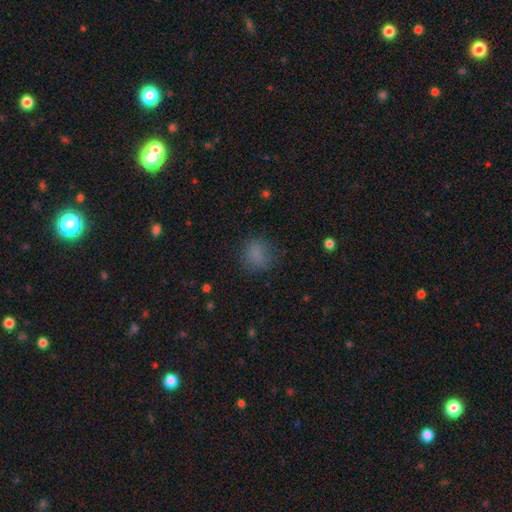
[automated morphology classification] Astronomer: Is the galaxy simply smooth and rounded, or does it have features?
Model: smooth — 77%.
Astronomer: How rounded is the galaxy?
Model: round — 71%.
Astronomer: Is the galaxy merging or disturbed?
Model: none — 71%.